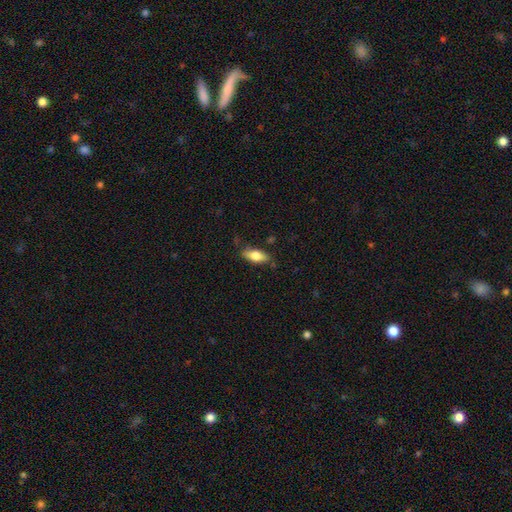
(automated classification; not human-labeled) smooth 70%, featured or disk 24%, star or artifact 6%. Down the decision tree: how rounded — in between (74%); merging — none (77%).